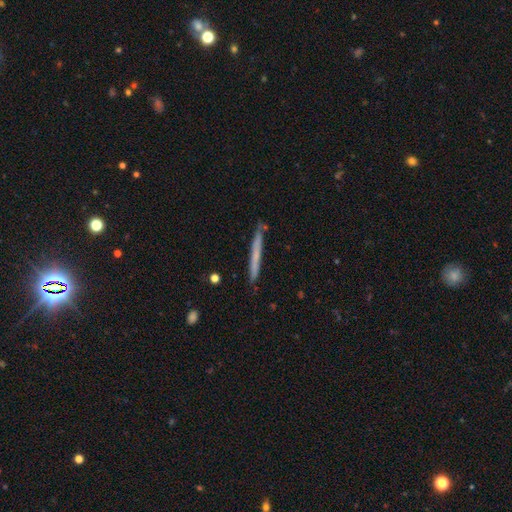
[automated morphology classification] Overall: smooth (56%; featured or disk 38%). How rounded: cigar-shaped (97%). Merging: none (85%).